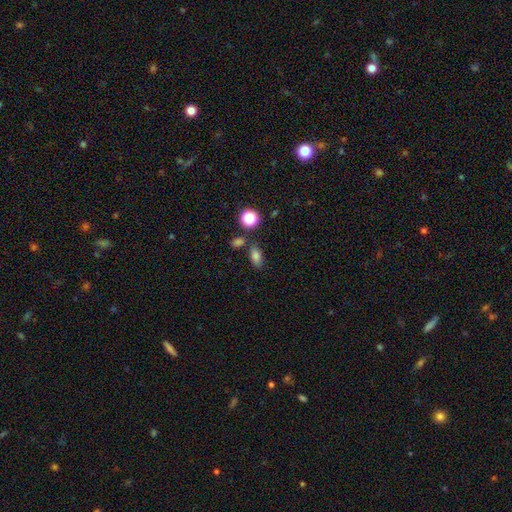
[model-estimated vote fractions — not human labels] This is likely a smooth galaxy (79%). How rounded: clearly in between (83%). Merging: likely none (74%).